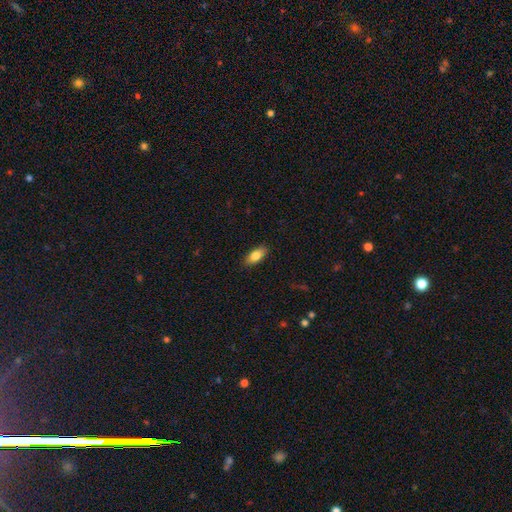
Smooth or featured? smooth (81%)
How rounded? in between (83%)
Merging? none (91%)